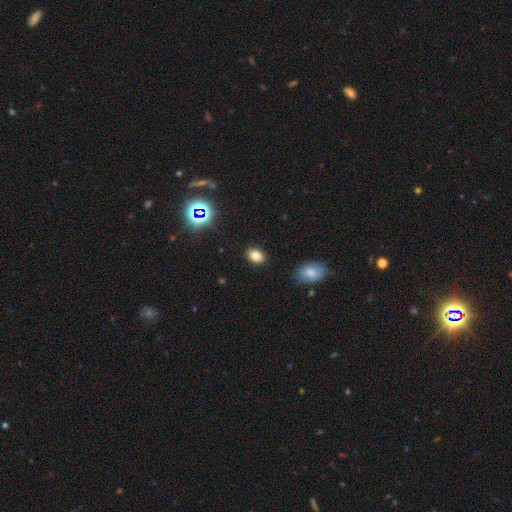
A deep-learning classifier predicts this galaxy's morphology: Smooth or featured? Predicted: smooth (p=0.79). How rounded? Predicted: in between (p=0.75). Merging? Predicted: none (p=0.88).